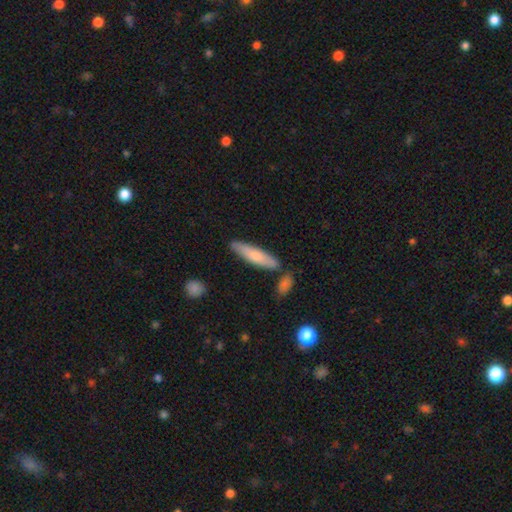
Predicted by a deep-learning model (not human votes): smooth-or-featured: smooth: 69% | featured or disk: 25% | star or artifact: 5%
  how-rounded: cigar-shaped: 80% | in between: 19% | round: 2%
  merging: none: 77% | minor disturbance: 12% | merger: 8% | major disturbance: 3%